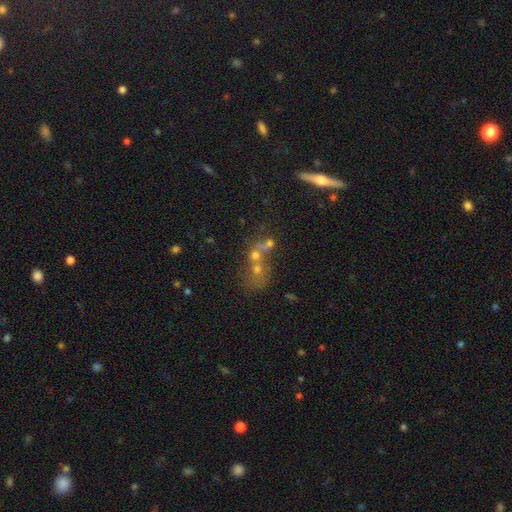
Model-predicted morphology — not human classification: Q: Smooth or featured?
A: smooth (41%); runner-up: featured or disk (33%)
Q: Merging?
A: merger (59%); runner-up: none (26%)